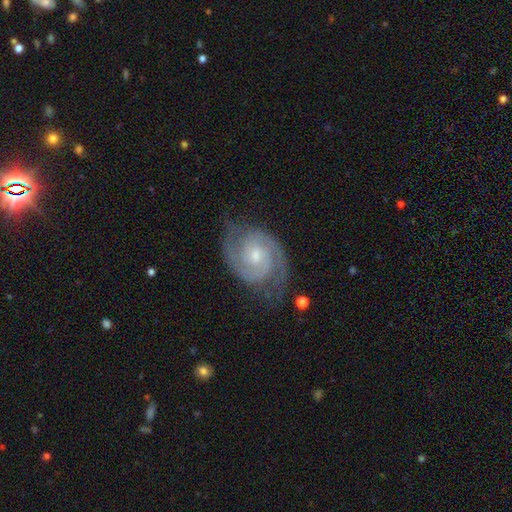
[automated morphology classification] Smooth or featured?
  - featured or disk: 91% *
  - smooth: 5%
  - star or artifact: 4%
Edge-on disk?
  - no: 98% *
  - yes: 2%
Bar?
  - no: 62% *
  - weak: 32%
  - strong: 6%
Spiral arms?
  - yes: 98% *
  - no: 2%
Spiral winding?
  - tight: 57% *
  - medium: 37%
  - loose: 6%
Spiral arm count?
  - 2: 89% *
  - can't tell: 3%
  - 3: 3%
  - 1: 1%
  - 4: 1%
  - more than 4: 1%
Bulge size?
  - small: 55% *
  - moderate: 41%
  - none: 2%
  - large: 2%
  - dominant: 1%
Merging?
  - none: 76% *
  - minor disturbance: 17%
  - major disturbance: 6%
  - merger: 1%